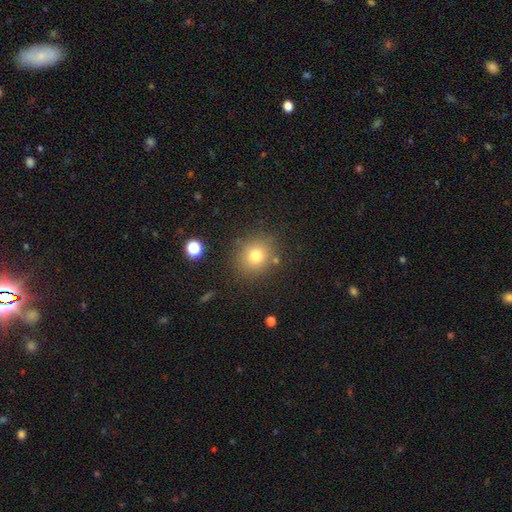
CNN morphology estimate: The model was most divided on "how rounded": round: 79%, in between: 20%, cigar-shaped: 1%. More confident: merging — none (82%); smooth or featured — smooth (76%).